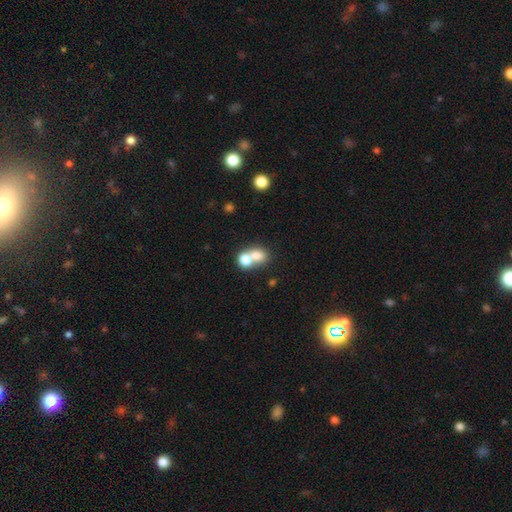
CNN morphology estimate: Overall: smooth (73%). How rounded: round (55%; in between 43%). Merging: merger (66%).